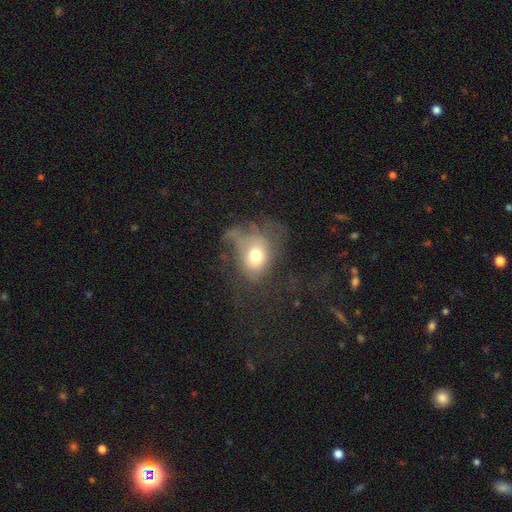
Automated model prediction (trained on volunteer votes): A smooth galaxy with no disk features (59%) that is in between round and cigar-shaped (51%). Merging: major disturbance (47%).